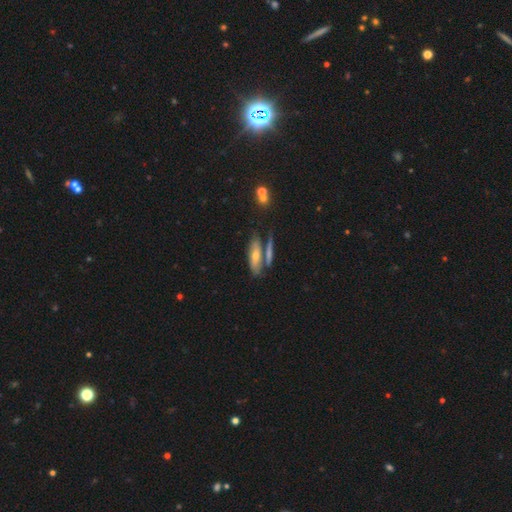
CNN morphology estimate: smooth 47%, featured or disk 43%, star or artifact 10%. Down the decision tree: merging — none (55%).